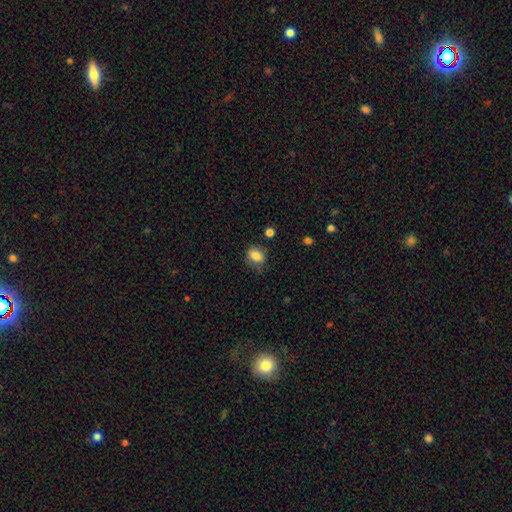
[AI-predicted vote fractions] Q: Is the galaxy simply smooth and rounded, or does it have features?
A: smooth — 84%.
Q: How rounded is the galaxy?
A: in between — 55%.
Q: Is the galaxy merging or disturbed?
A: none — 71%.